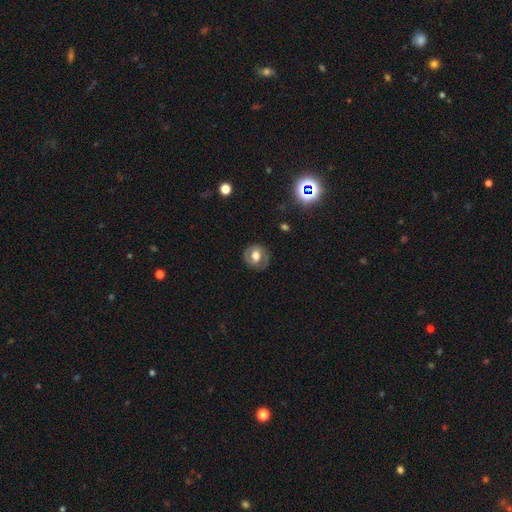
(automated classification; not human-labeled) A featured or disk galaxy (53%) with no bar (55%), spiral arms (57%) and a moderate central bulge (55%).

Vote fractions:
- Smooth or featured? featured or disk: 53% / smooth: 39% / star or artifact: 8%
- Edge-on disk? no: 96% / yes: 4%
- Bar? no: 55% / weak: 32% / strong: 13%
- Spiral arms? yes: 57% / no: 43%
- Bulge size? moderate: 55% / large: 36% / small: 5% / dominant: 3% / none: 1%
- Merging? none: 81% / minor disturbance: 12% / major disturbance: 5% / merger: 1%